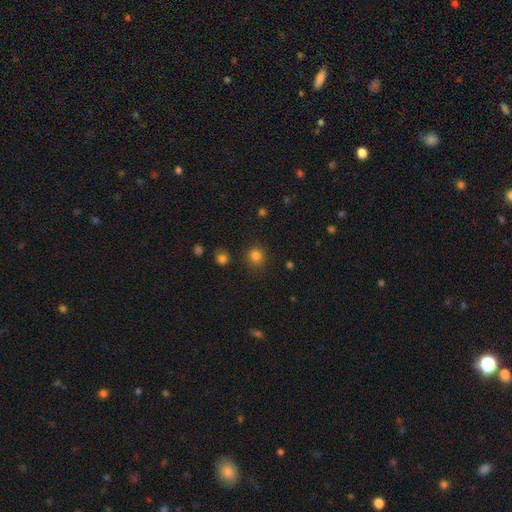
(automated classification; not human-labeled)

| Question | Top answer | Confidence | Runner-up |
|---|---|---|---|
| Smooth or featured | smooth | 82% | star or artifact (14%) |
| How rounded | round | 88% | in between (11%) |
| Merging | none | 85% | minor disturbance (9%) |